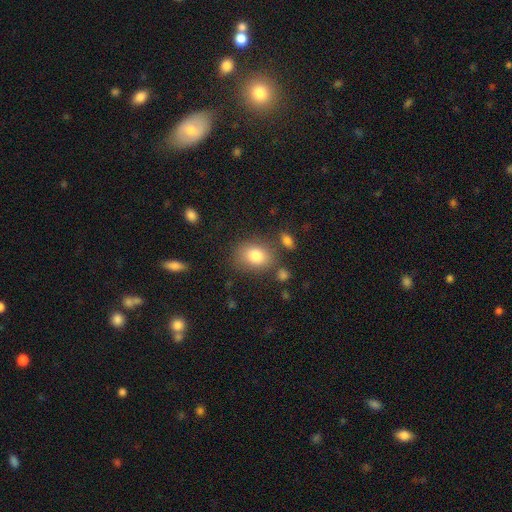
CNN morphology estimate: Q: Smooth or featured?
A: smooth (81%); runner-up: featured or disk (10%)
Q: How rounded?
A: in between (64%); runner-up: round (35%)
Q: Merging?
A: none (75%); runner-up: minor disturbance (14%)